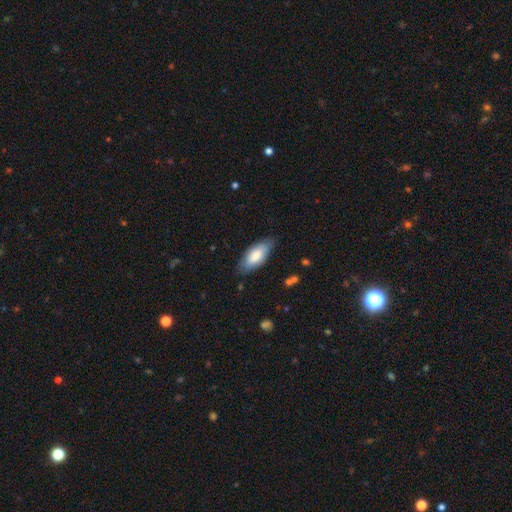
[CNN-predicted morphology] This appears to be a smooth galaxy with no disk features (78%) that is in between round and cigar-shaped (85%). Merging: none (79%).